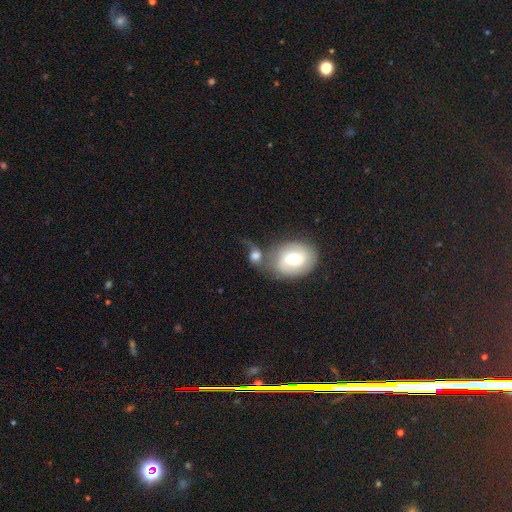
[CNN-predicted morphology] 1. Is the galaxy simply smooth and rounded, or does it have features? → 55% smooth, 34% featured or disk, 11% star or artifact.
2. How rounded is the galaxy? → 50% round, 48% in between, 3% cigar-shaped.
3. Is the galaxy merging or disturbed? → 38% merger, 33% none, 15% major disturbance, 14% minor disturbance.